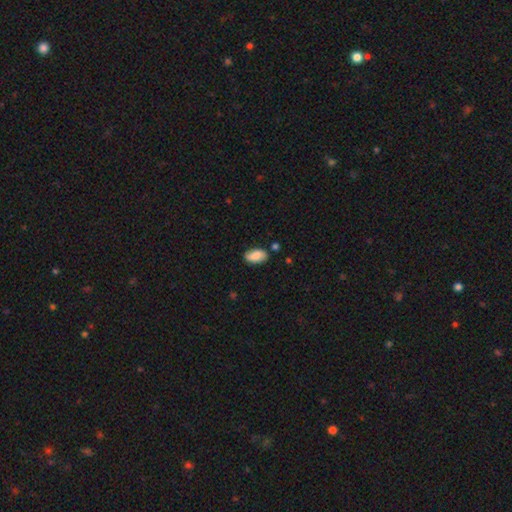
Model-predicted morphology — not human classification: Smooth or featured? Predicted: smooth (p=0.81). How rounded? Predicted: in between (p=0.93). Merging? Predicted: none (p=0.78).